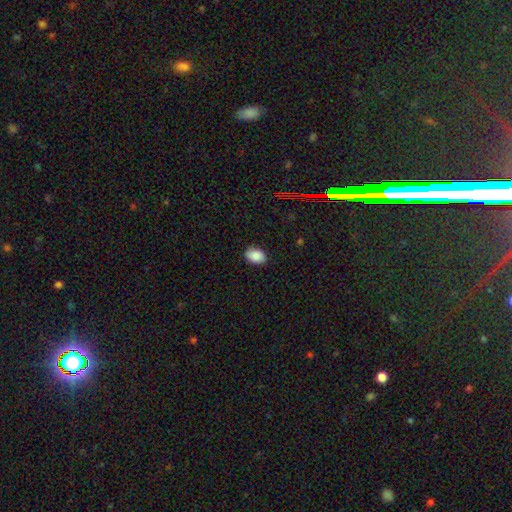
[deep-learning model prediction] This appears to be a smooth galaxy with no disk features (88%) that is in between round and cigar-shaped (83%). Merging: none (85%).